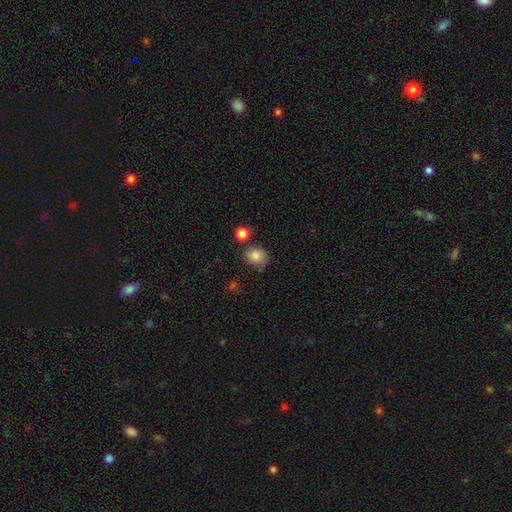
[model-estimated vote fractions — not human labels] A smooth galaxy with no disk features (83%) that is round (66%).

Vote fractions:
- Smooth or featured? smooth: 83% / star or artifact: 10% / featured or disk: 7%
- How rounded? round: 66% / in between: 33% / cigar-shaped: 1%
- Merging? none: 64% / minor disturbance: 21% / merger: 9% / major disturbance: 6%